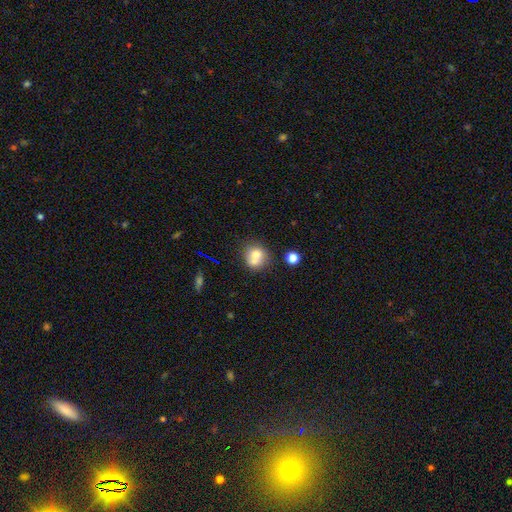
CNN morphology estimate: smooth-or-featured: smooth: 70% | featured or disk: 19% | star or artifact: 11%
  how-rounded: round: 81% | in between: 18% | cigar-shaped: 1%
  merging: merger: 42% (tied) | none: 42% (tied) | minor disturbance: 11% | major disturbance: 5%